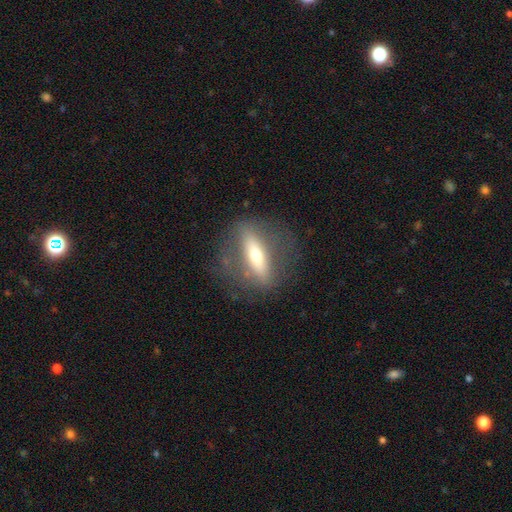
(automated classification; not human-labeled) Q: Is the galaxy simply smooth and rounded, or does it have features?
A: featured or disk — 56%.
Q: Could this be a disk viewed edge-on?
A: yes — 54%.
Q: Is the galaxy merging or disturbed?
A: none — 75%.